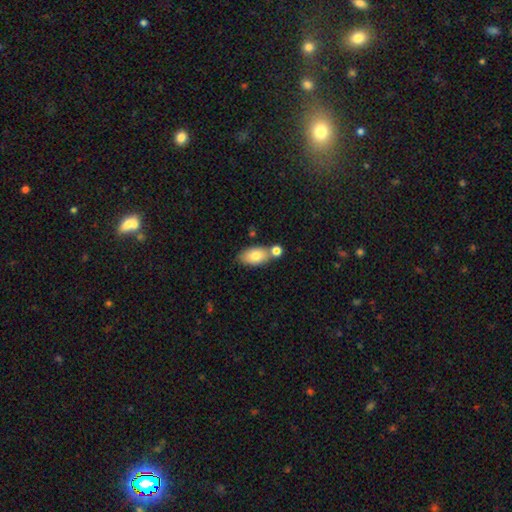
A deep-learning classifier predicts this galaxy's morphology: Smooth or featured? smooth (78%)
How rounded? in between (90%)
Merging? none (53%)